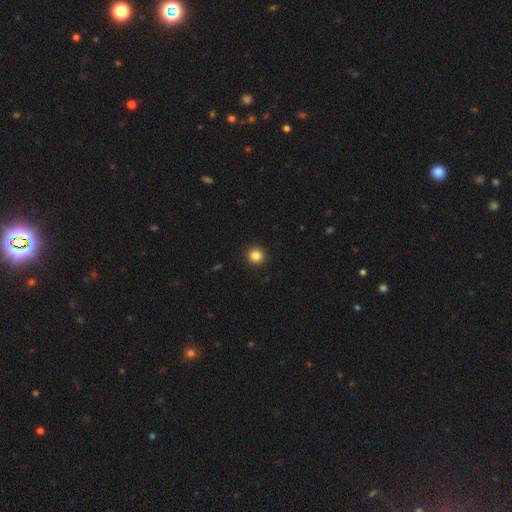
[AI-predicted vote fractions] Smooth or featured? Predicted: smooth (p=0.84). How rounded? Predicted: round (p=0.93). Merging? Predicted: none (p=0.93).